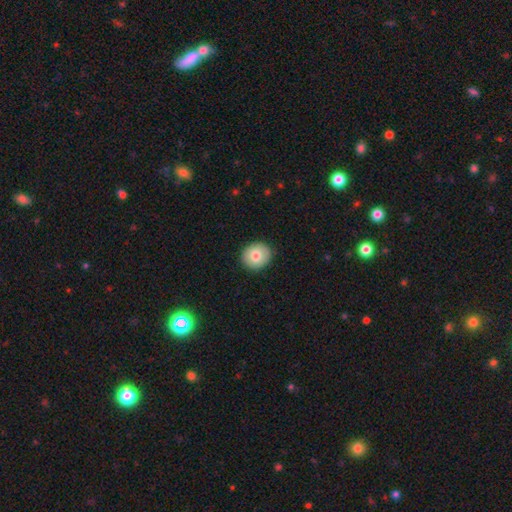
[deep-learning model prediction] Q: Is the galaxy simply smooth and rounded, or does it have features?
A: smooth — 75%.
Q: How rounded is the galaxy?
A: round — 85%.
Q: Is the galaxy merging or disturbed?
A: none — 91%.